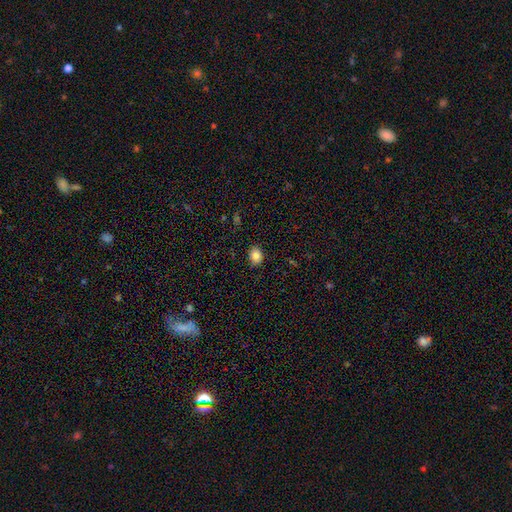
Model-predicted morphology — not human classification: This appears to be a smooth galaxy with no disk features (84%) that is round (50%). Merging: none (88%).